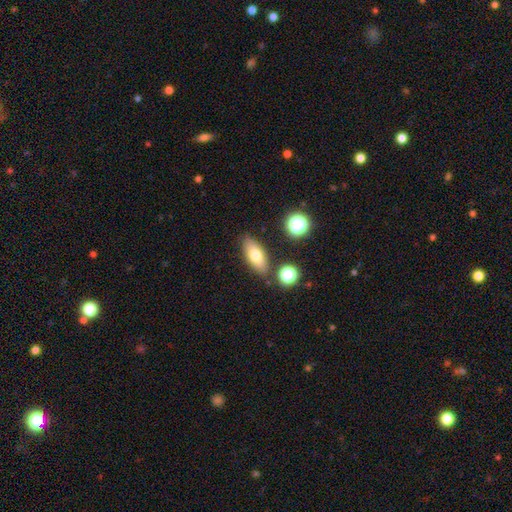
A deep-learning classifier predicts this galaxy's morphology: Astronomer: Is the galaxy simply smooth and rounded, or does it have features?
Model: smooth — 72%.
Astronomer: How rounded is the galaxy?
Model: in between — 75%.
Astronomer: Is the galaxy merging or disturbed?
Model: none — 82%.